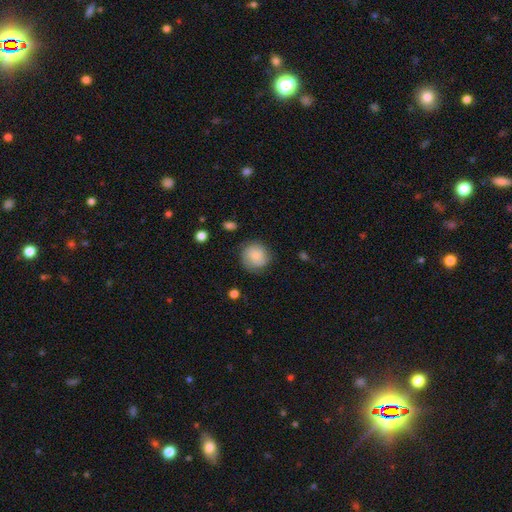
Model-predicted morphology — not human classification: The model was most divided on "smooth or featured": smooth: 71%, featured or disk: 21%, star or artifact: 7%. More confident: how rounded — round (87%); merging — none (72%).